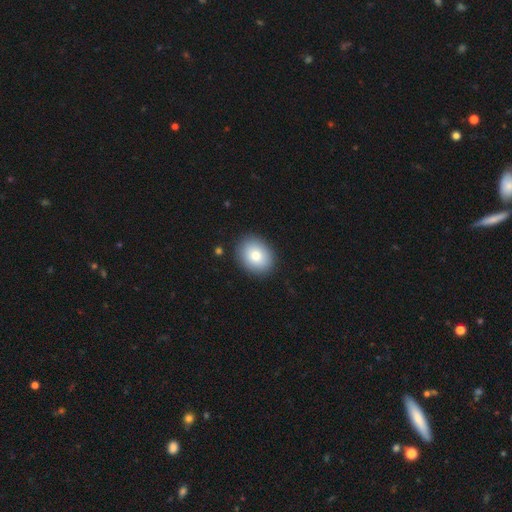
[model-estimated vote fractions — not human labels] Smooth or featured? Predicted: smooth (p=0.80). How rounded? Predicted: in between (p=0.52). Merging? Predicted: none (p=0.89).